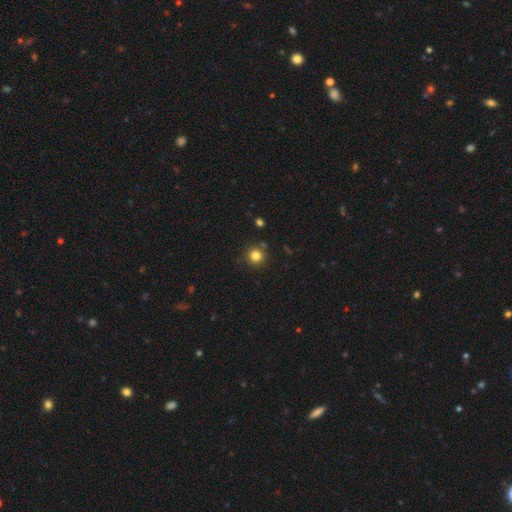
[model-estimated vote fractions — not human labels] Morphology: type=smooth (81%); roundness=round (94%); merging=none (85%).